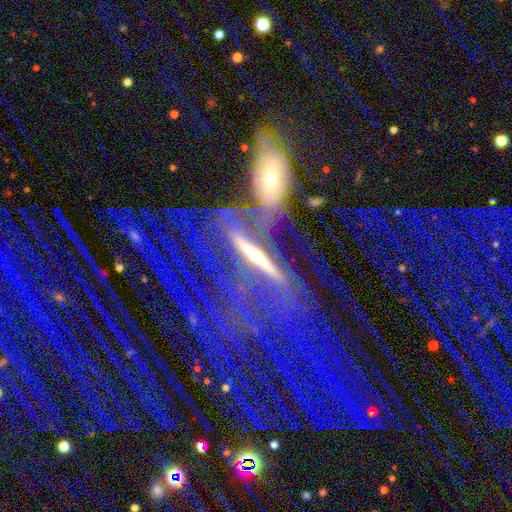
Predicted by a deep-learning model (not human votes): Smooth or featured? Predicted: featured or disk (p=0.77). Edge-on disk? Predicted: yes (p=0.71). Edge-on bulge? Predicted: rounded (p=0.84). Merging? Predicted: merger (p=0.39).